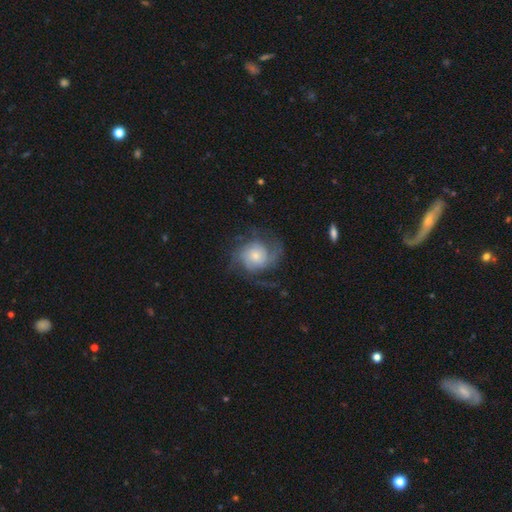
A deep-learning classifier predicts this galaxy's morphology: smooth_or_featured: featured or disk (p=0.72) [alt: smooth p=0.21]
disk_edge_on: no (p=0.98) [alt: yes p=0.02]
bar: no (p=0.74) [alt: weak p=0.22]
has_spiral_arms: yes (p=0.92) [alt: no p=0.08]
spiral_winding: medium (p=0.41) [alt: tight p=0.38]
spiral_arm_count: can't tell (p=0.27) [alt: 2 p=0.26]
bulge_size: small (p=0.47) [alt: moderate p=0.33]
merging: none (p=0.60) [alt: major disturbance p=0.21]